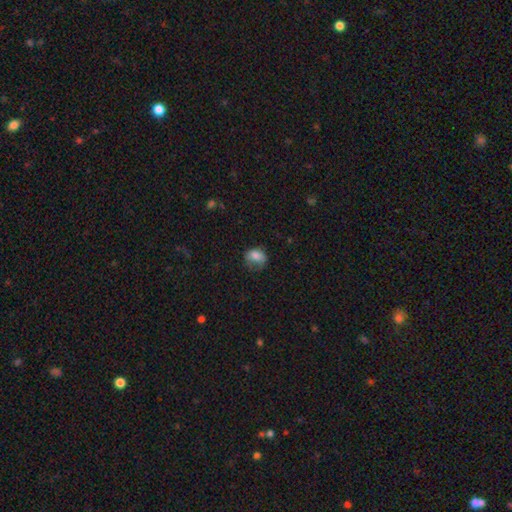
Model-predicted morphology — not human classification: Smooth or featured? smooth (76%)
How rounded? in between (52%)
Merging? none (42%)